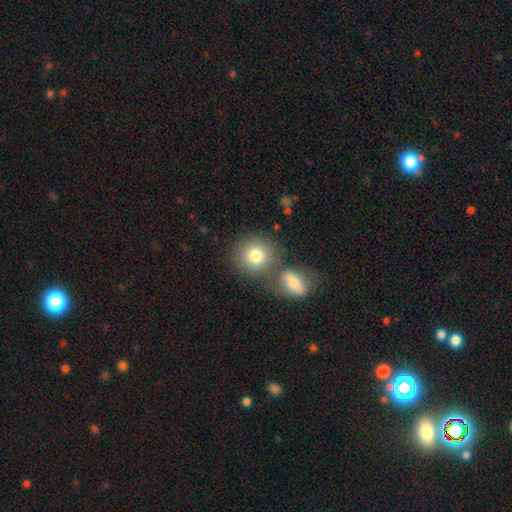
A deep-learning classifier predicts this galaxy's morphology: smooth_or_featured: smooth (p=0.80) [alt: featured or disk p=0.11]
how_rounded: round (p=0.82) [alt: in between p=0.16]
merging: none (p=0.59) [alt: merger p=0.29]